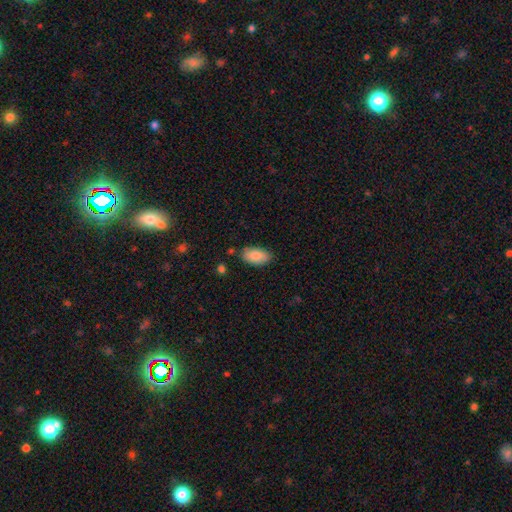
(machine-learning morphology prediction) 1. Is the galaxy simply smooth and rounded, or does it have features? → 88% smooth, 7% star or artifact, 6% featured or disk.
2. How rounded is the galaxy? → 94% in between, 3% cigar-shaped, 3% round.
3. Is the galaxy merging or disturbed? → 82% none, 13% minor disturbance, 3% major disturbance, 2% merger.